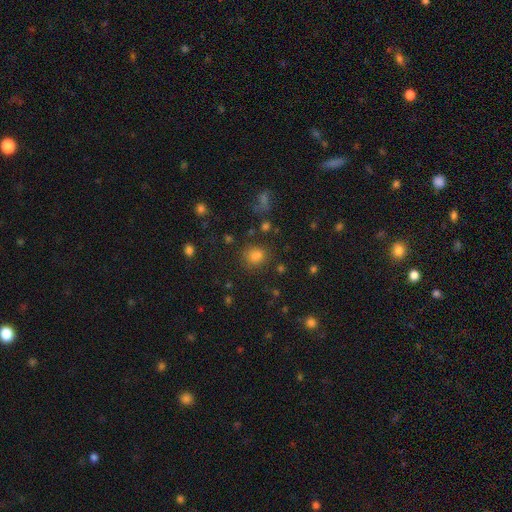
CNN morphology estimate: Smooth or featured?
  - smooth: 77% *
  - star or artifact: 18%
  - featured or disk: 5%
How rounded?
  - round: 65% *
  - in between: 34%
  - cigar-shaped: 1%
Merging?
  - none: 77% *
  - minor disturbance: 13%
  - major disturbance: 5%
  - merger: 5%